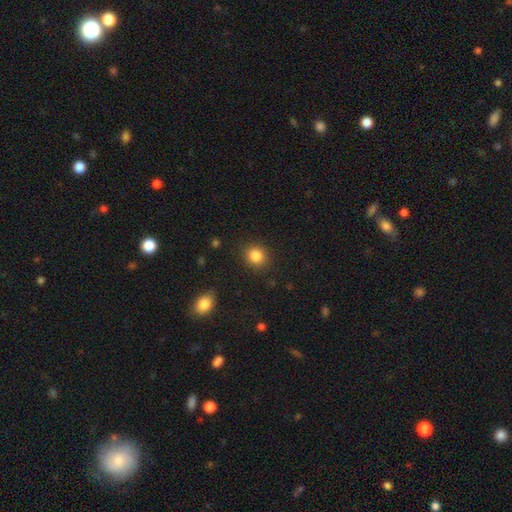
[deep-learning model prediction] A smooth galaxy with no disk features (85%) that is round (82%).

Vote fractions:
- Smooth or featured? smooth: 85% / star or artifact: 10% / featured or disk: 4%
- How rounded? round: 82% / in between: 17% / cigar-shaped: 1%
- Merging? none: 89% / minor disturbance: 7% / major disturbance: 3% / merger: 1%